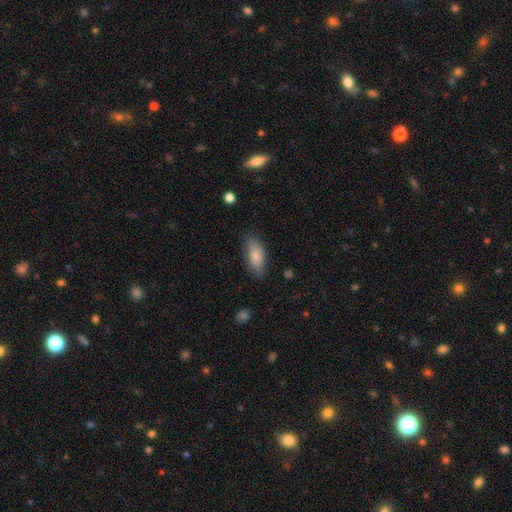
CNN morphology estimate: A smooth galaxy with no disk features (81%) that is in between round and cigar-shaped (84%). Merging: none (73%).